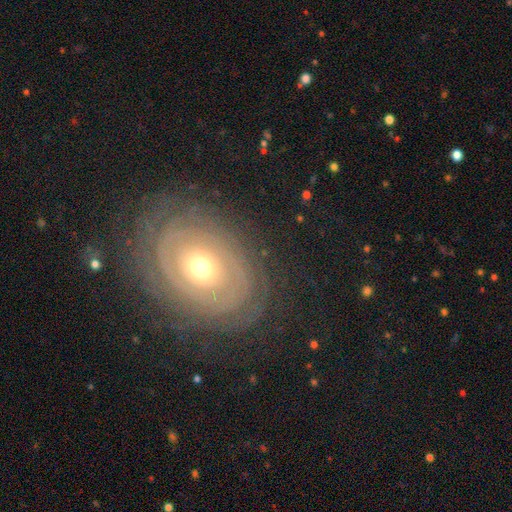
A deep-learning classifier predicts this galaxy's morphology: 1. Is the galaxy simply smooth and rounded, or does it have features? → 71% featured or disk, 18% smooth, 11% star or artifact.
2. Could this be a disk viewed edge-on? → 95% no, 5% yes.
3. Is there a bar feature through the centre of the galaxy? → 75% no, 18% weak, 7% strong.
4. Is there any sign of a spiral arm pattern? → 74% yes, 26% no.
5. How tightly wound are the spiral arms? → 81% tight, 14% medium, 5% loose.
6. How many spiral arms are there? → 47% can't tell, 23% 2, 10% 3, 7% more than 4, 7% 4, 6% 1.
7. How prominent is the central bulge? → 62% moderate, 29% small, 6% large, 1% dominant, 1% none.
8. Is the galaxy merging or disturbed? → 83% none, 11% minor disturbance, 5% major disturbance, 1% merger.